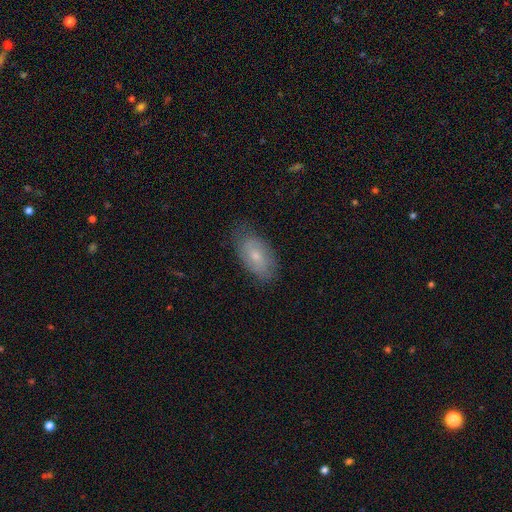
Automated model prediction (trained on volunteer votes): Smooth or featured? Predicted: smooth (p=0.55). How rounded? Predicted: in between (p=0.92). Merging? Predicted: none (p=0.74).